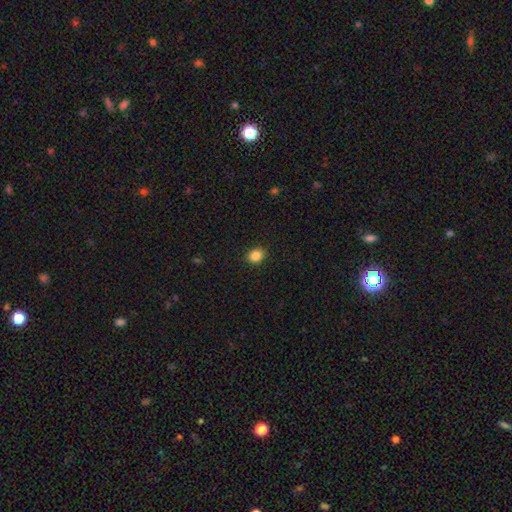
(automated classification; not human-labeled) Smooth or featured: smooth — 86% (star or artifact — 10%)
How rounded: round — 59% (in between — 40%)
Merging: none — 90% (minor disturbance — 7%)